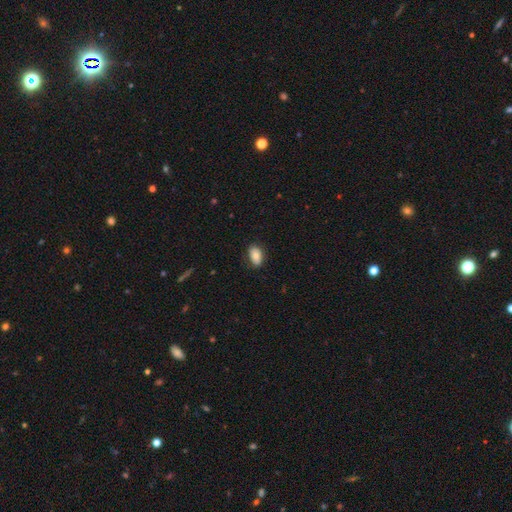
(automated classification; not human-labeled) A smooth galaxy with no disk features (76%) that is in between round and cigar-shaped (89%). Merging: none (77%).